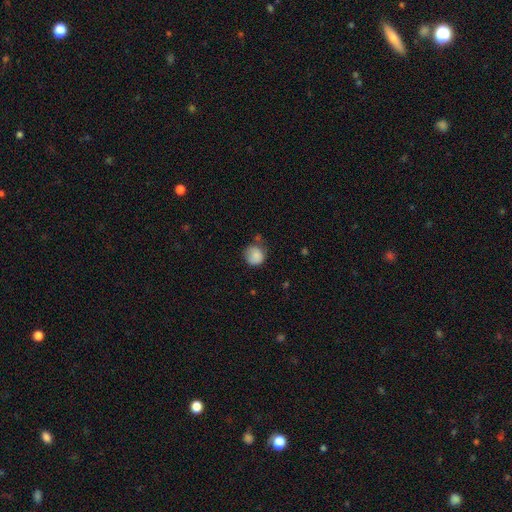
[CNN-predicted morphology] smooth_or_featured: smooth (p=0.84) [alt: star or artifact p=0.08]
how_rounded: round (p=0.86) [alt: in between p=0.13]
merging: none (p=0.57) [alt: minor disturbance p=0.29]